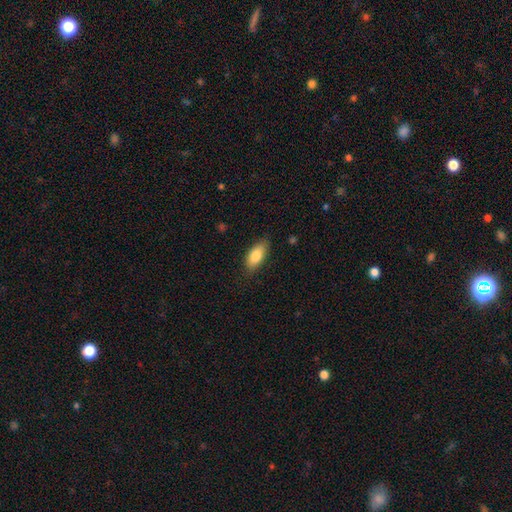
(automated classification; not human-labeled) Smooth or featured?
  - smooth: 82% *
  - featured or disk: 12%
  - star or artifact: 7%
How rounded?
  - in between: 86% *
  - cigar-shaped: 11%
  - round: 3%
Merging?
  - none: 80% *
  - minor disturbance: 16%
  - major disturbance: 3%
  - merger: 1%